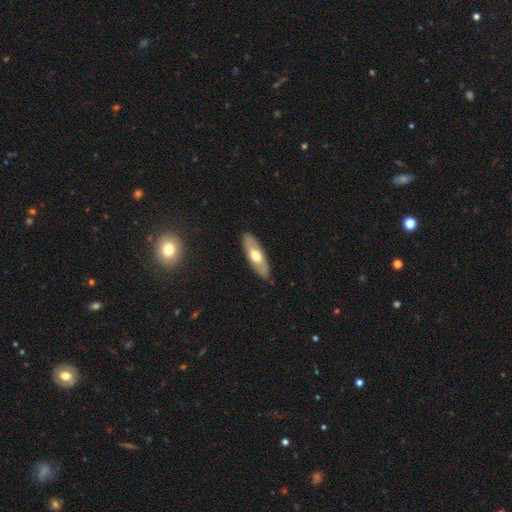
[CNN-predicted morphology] Q: Smooth or featured?
A: smooth (53%); runner-up: featured or disk (42%)
Q: How rounded?
A: in between (64%); runner-up: cigar-shaped (33%)
Q: Merging?
A: none (88%); runner-up: minor disturbance (9%)